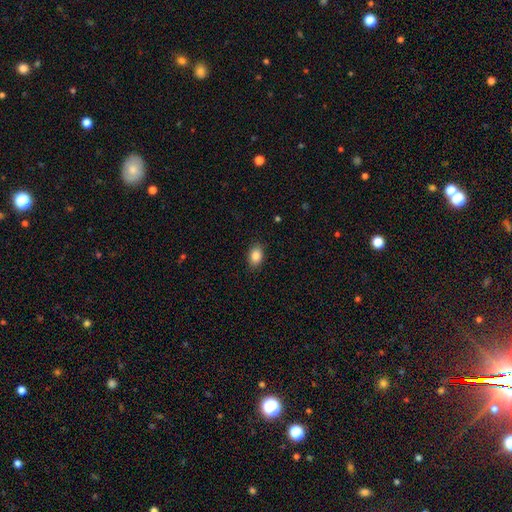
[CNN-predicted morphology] A smooth galaxy with no disk features (87%) that is in between round and cigar-shaped (82%). Merging: none (87%).